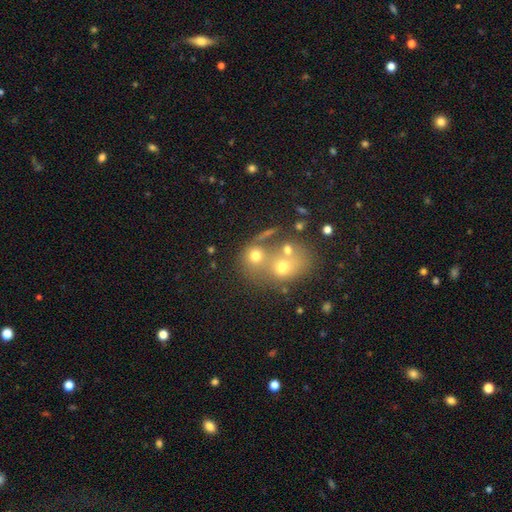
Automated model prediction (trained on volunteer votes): A smooth galaxy with no disk features (67%) that is round (74%).

Vote fractions:
- Smooth or featured? smooth: 67% / featured or disk: 18% / star or artifact: 15%
- How rounded? round: 74% / in between: 24% / cigar-shaped: 1%
- Merging? merger: 51% / none: 34% / minor disturbance: 8% / major disturbance: 7%